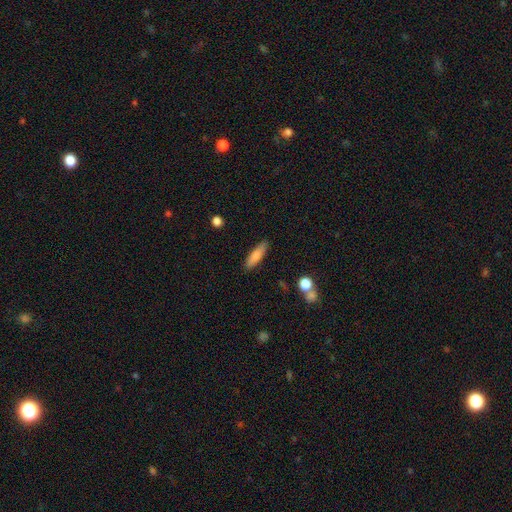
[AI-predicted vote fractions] Q: Smooth or featured?
A: smooth (79%); runner-up: featured or disk (14%)
Q: How rounded?
A: cigar-shaped (67%); runner-up: in between (31%)
Q: Merging?
A: none (88%); runner-up: minor disturbance (9%)